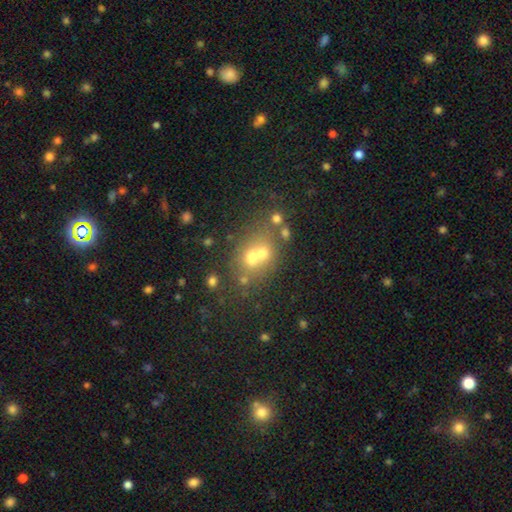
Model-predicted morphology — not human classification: Smooth or featured? smooth (55%)
How rounded? round (58%)
Merging? merger (50%)